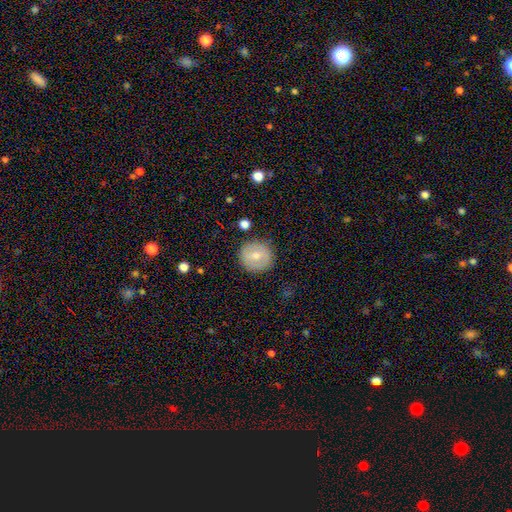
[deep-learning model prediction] Smooth or featured?
  - smooth: 67% *
  - featured or disk: 26%
  - star or artifact: 7%
How rounded?
  - round: 92% *
  - in between: 7%
  - cigar-shaped: 1%
Merging?
  - none: 87% *
  - minor disturbance: 9%
  - major disturbance: 3%
  - merger: 2%